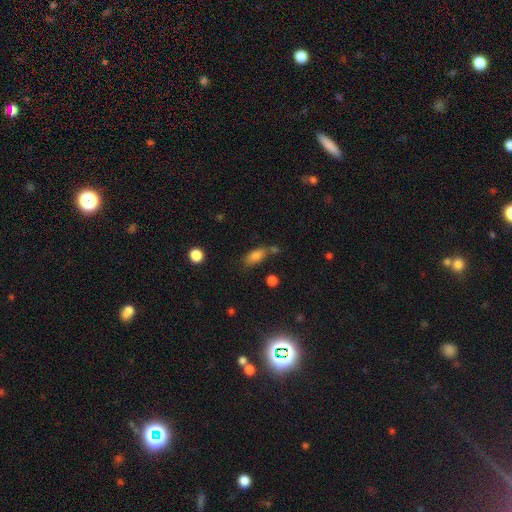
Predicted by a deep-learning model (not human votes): Smooth or featured: smooth — 81% (featured or disk — 10%)
How rounded: in between — 83% (cigar-shaped — 12%)
Merging: none — 60% (minor disturbance — 19%)